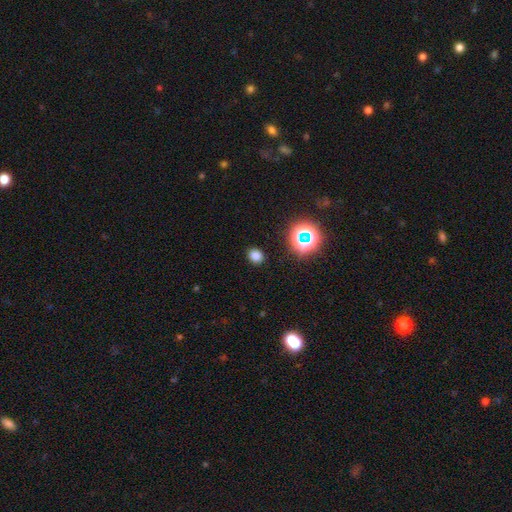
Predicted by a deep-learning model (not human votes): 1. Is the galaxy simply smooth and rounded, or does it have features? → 76% smooth, 19% star or artifact, 5% featured or disk.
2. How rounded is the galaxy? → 68% round, 31% in between, 1% cigar-shaped.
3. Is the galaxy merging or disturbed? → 89% none, 7% minor disturbance, 3% major disturbance, 1% merger.